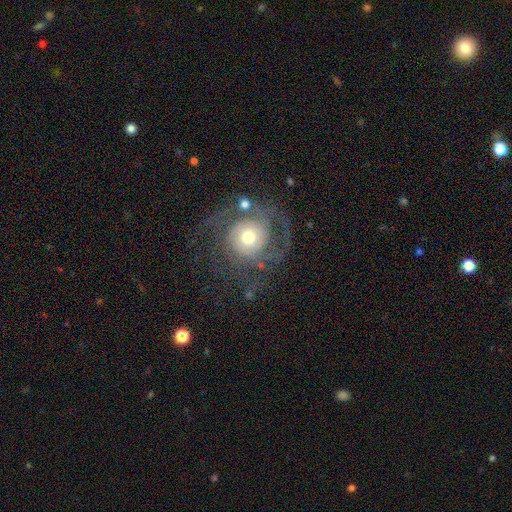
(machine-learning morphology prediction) A featured or disk galaxy (71%) with no bar (78%), can't tell (35%, tied with 2) tight (58%) spiral arms (81%) and a moderate central bulge (55%).

Vote fractions:
- Smooth or featured? featured or disk: 71% / smooth: 17% / star or artifact: 12%
- Edge-on disk? no: 97% / yes: 3%
- Bar? no: 78% / weak: 16% / strong: 6%
- Spiral arms? yes: 81% / no: 19%
- Spiral winding? tight: 58% / medium: 31% / loose: 11%
- Spiral arm count? can't tell: 35% (tied) / 2: 35% (tied) / 3: 13% / 1: 7% / 4: 6% / more than 4: 5%
- Bulge size? moderate: 55% / small: 35% / large: 7% / dominant: 2% / none: 1%
- Merging? none: 71% / minor disturbance: 14% / major disturbance: 13% / merger: 3%